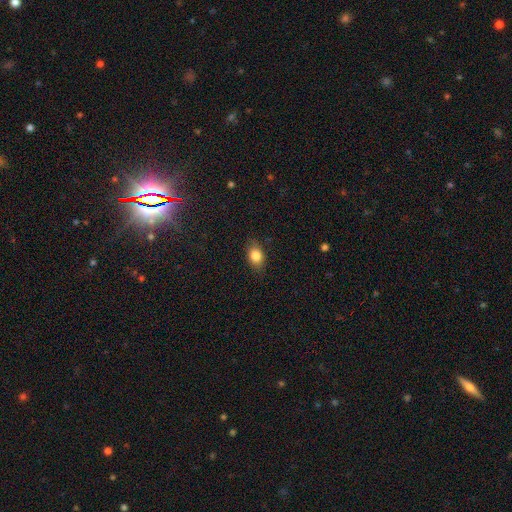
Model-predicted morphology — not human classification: Smooth or featured? smooth (83%)
How rounded? in between (75%)
Merging? none (82%)